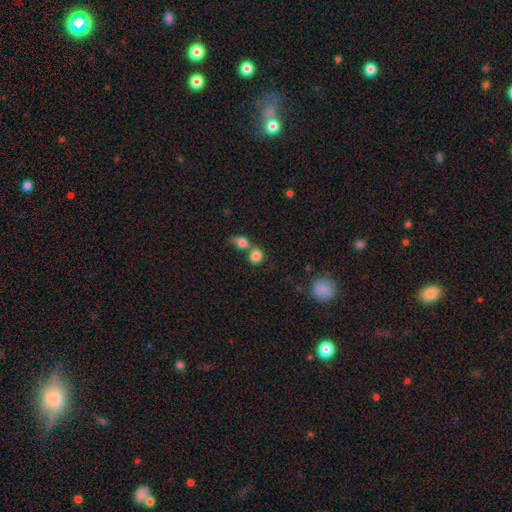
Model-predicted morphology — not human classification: This appears to be a smooth galaxy with no disk features (83%) that is round (79%). Merging: merger (46%).